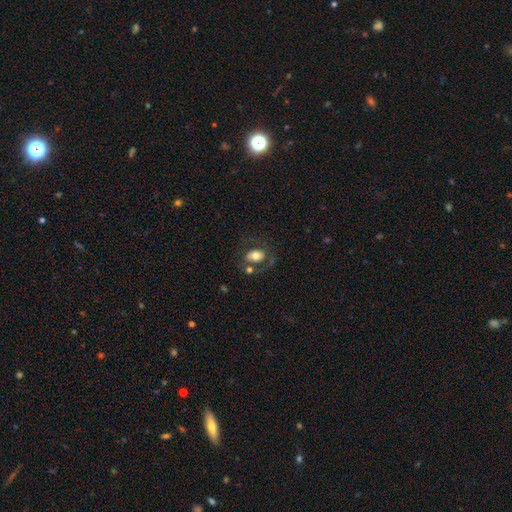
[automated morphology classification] smooth-or-featured: smooth: 60% | featured or disk: 32% | star or artifact: 8%
  how-rounded: in between: 76% | round: 23% | cigar-shaped: 1%
  merging: none: 60% | minor disturbance: 16% | major disturbance: 12% | merger: 12%